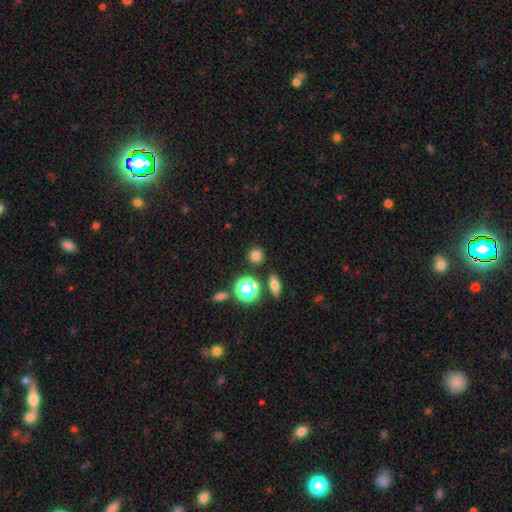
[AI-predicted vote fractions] Morphology: type=smooth (76%); roundness=round (88%); merging=none (84%).